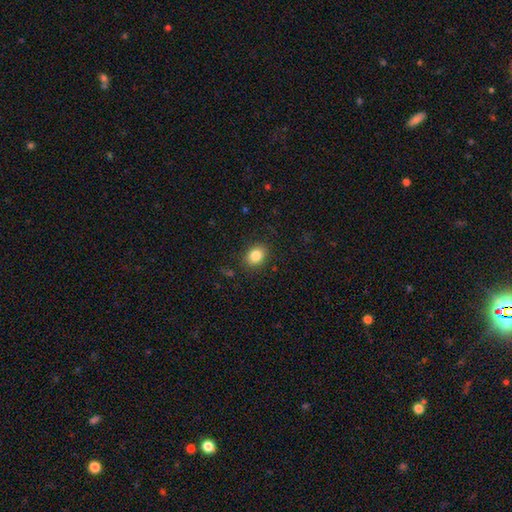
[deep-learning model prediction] smooth-or-featured: smooth: 84% | star or artifact: 10% | featured or disk: 6%
  how-rounded: in between: 56% | round: 43% | cigar-shaped: 1%
  merging: none: 87% | minor disturbance: 9% | major disturbance: 3% | merger: 1%